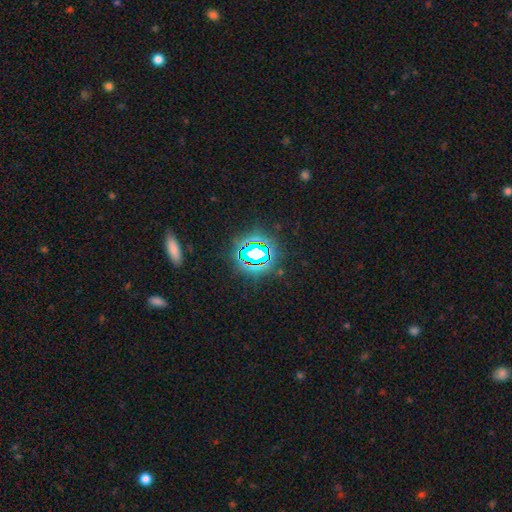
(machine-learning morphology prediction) A star or artifact, not a galaxy (71%).